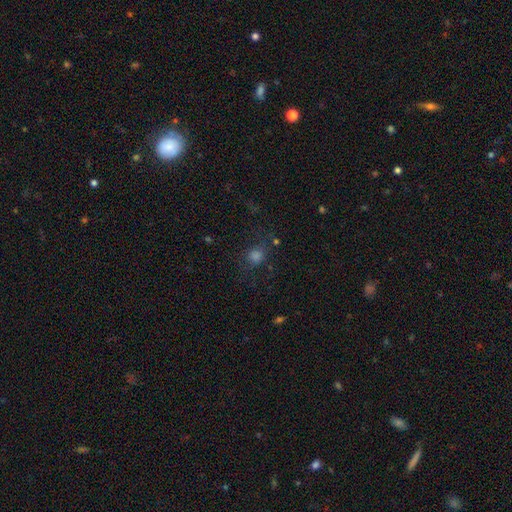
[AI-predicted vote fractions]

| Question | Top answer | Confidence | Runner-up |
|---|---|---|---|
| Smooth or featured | smooth | 58% | star or artifact (28%) |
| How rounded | round | 78% | in between (20%) |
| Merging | none | 69% | minor disturbance (15%) |